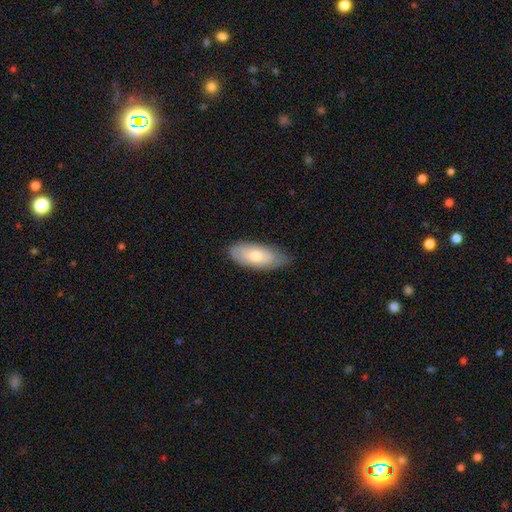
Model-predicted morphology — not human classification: smooth 69%, featured or disk 26%, star or artifact 6%. Down the decision tree: how rounded — in between (85%); merging — none (72%).